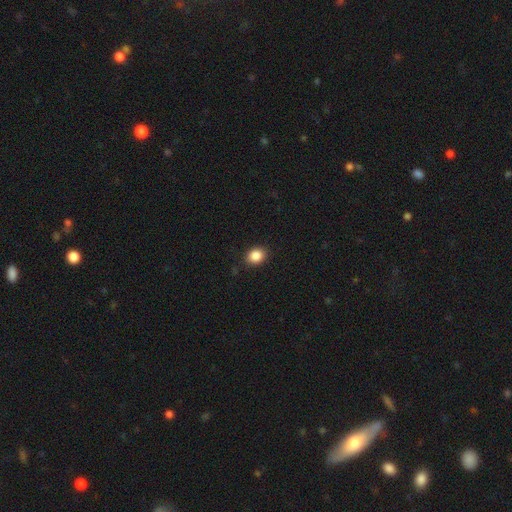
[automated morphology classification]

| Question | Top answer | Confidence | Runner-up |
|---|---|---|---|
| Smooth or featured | smooth | 87% | star or artifact (9%) |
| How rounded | round | 53% | in between (46%) |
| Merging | none | 88% | minor disturbance (9%) |